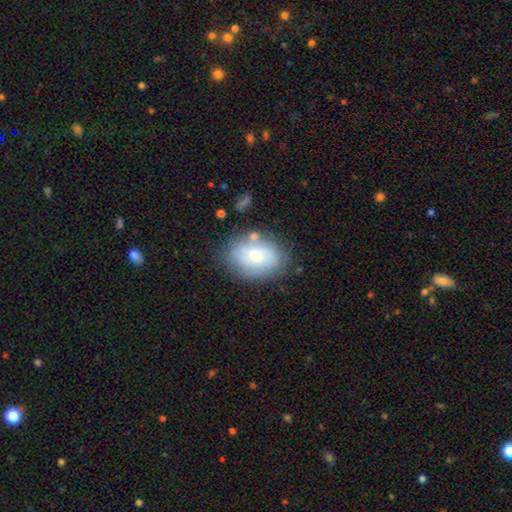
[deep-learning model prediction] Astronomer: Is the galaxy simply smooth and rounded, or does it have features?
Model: smooth — 56% (runner-up: featured or disk, 36%).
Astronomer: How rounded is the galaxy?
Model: in between — 72%.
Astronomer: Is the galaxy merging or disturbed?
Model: none — 67%.